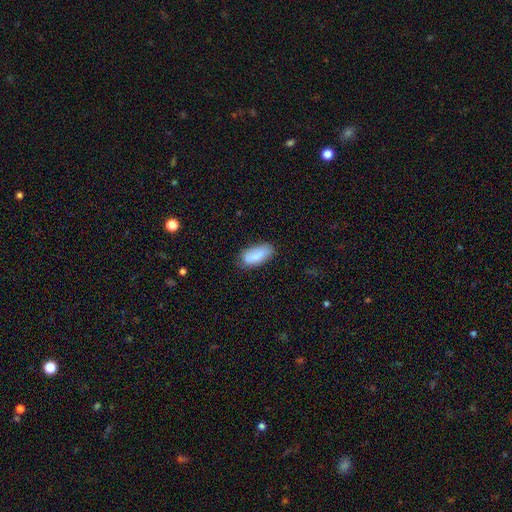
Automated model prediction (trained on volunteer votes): smooth_or_featured: smooth (p=0.81) [alt: featured or disk p=0.12]
how_rounded: in between (p=0.88) [alt: cigar-shaped p=0.10]
merging: none (p=0.70) [alt: minor disturbance p=0.23]